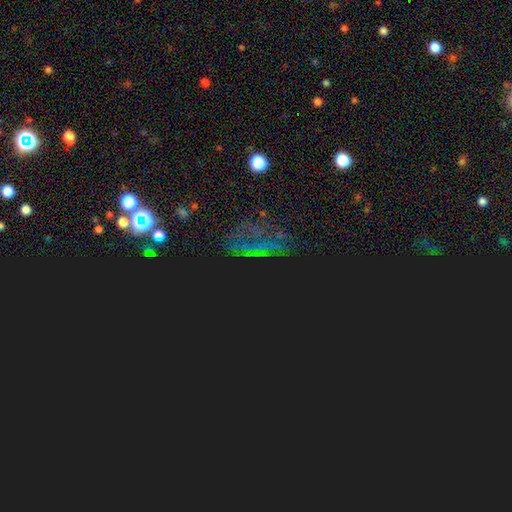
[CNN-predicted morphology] Overall: star or artifact (66%).